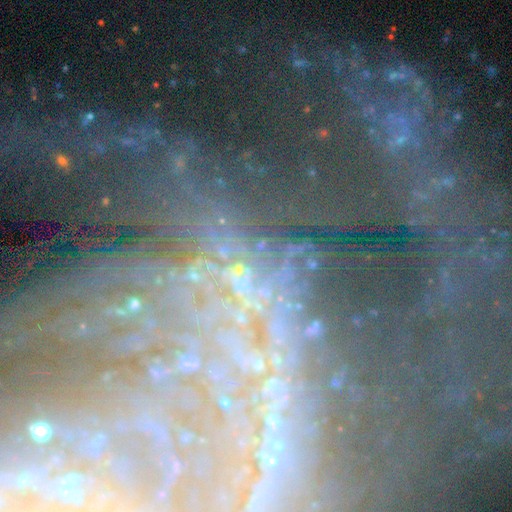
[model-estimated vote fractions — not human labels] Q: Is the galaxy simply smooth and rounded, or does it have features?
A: featured or disk — 50%.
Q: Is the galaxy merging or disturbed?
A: none — 61%.